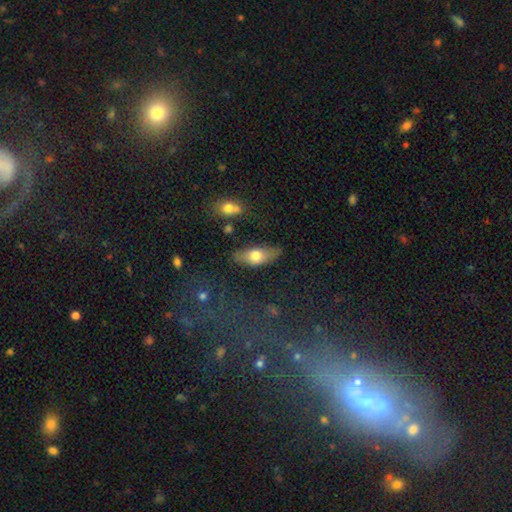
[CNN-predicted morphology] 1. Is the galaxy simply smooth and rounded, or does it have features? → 64% smooth, 29% featured or disk, 7% star or artifact.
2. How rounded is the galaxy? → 73% in between, 22% cigar-shaped, 5% round.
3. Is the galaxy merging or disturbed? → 74% none, 18% minor disturbance, 4% major disturbance, 3% merger.